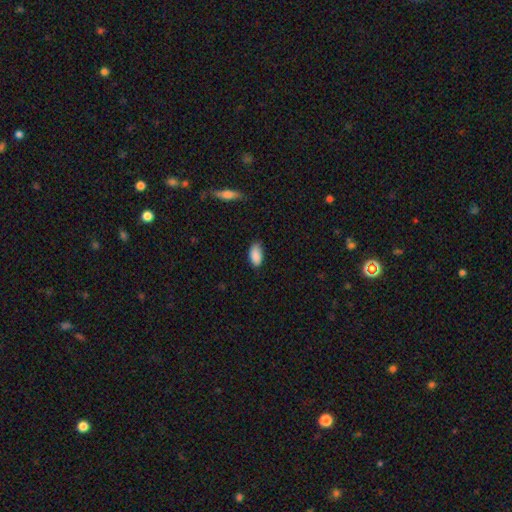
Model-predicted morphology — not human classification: Smooth or featured? Predicted: smooth (p=0.89). How rounded? Predicted: in between (p=0.92). Merging? Predicted: none (p=0.77).